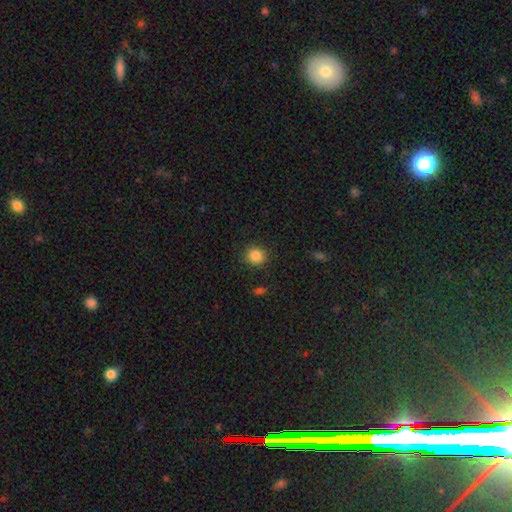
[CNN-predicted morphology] Q: Smooth or featured?
A: smooth (86%); runner-up: star or artifact (10%)
Q: How rounded?
A: round (89%); runner-up: in between (10%)
Q: Merging?
A: none (90%); runner-up: minor disturbance (7%)